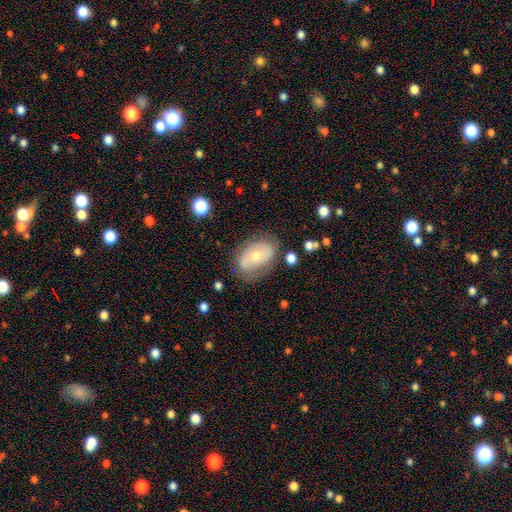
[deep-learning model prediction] Smooth or featured: featured or disk — 52% (smooth — 41%)
Edge-on disk: no — 93% (yes — 7%)
Merging: none — 65% (minor disturbance — 23%)